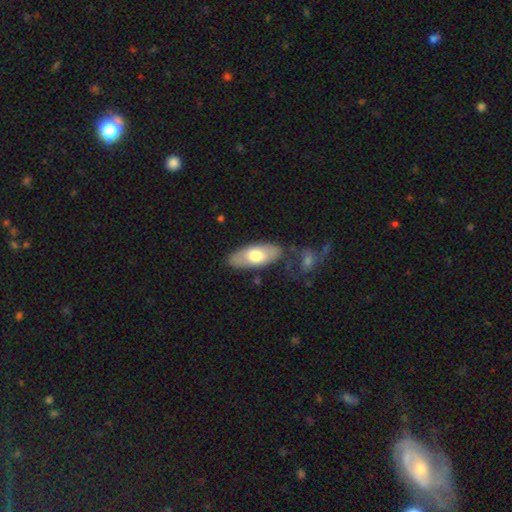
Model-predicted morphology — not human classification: smooth-or-featured: smooth: 64% | featured or disk: 31% | star or artifact: 5%
  how-rounded: in between: 85% | cigar-shaped: 12% | round: 3%
  merging: none: 76% | minor disturbance: 14% | merger: 5% | major disturbance: 4%